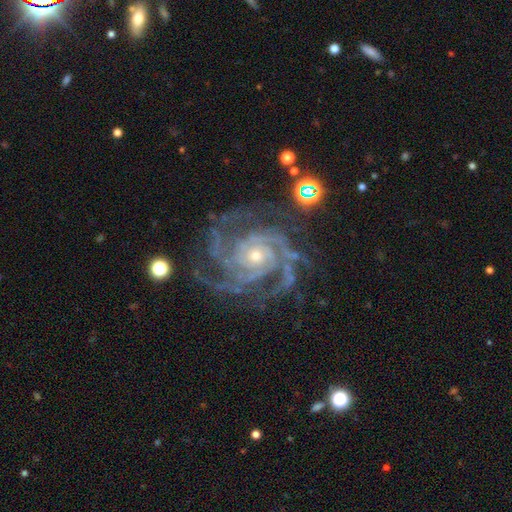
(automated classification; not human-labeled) featured or disk 92%, star or artifact 5%, smooth 2%. Down the decision tree: edge-on disk — no (98%); bar — no (74%); spiral arms — yes (98%); spiral arm count — 4 (28%); spiral winding — tight (68%); bulge size — small (67%); merging — none (68%).